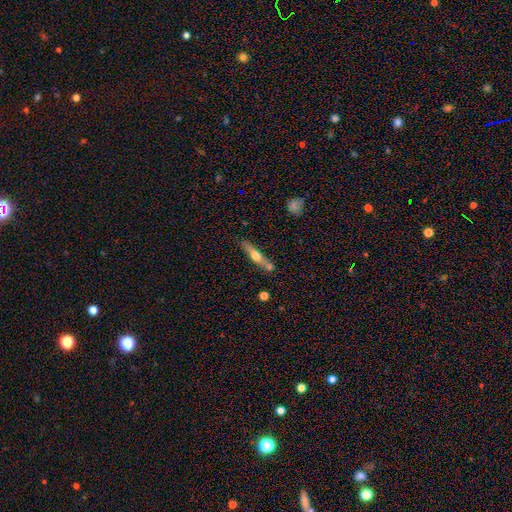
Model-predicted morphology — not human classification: smooth_or_featured: featured or disk (p=0.52) [alt: smooth p=0.42]
disk_edge_on: yes (p=0.92) [alt: no p=0.08]
merging: none (p=0.71) [alt: minor disturbance p=0.14]